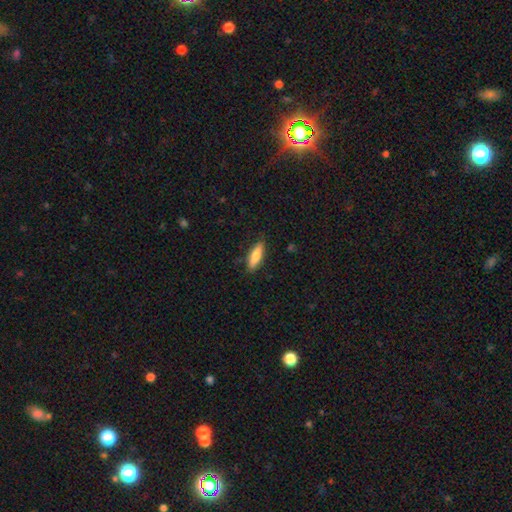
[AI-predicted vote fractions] Overall: smooth (77%). How rounded: cigar-shaped (56%; in between 43%). Merging: none (86%).